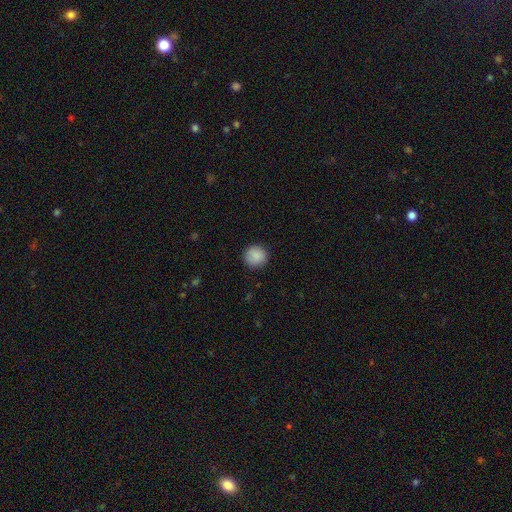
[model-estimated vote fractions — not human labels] A smooth galaxy with no disk features (88%) that is round (94%).

Vote fractions:
- Smooth or featured? smooth: 88% / star or artifact: 8% / featured or disk: 4%
- How rounded? round: 94% / in between: 6% / cigar-shaped: 1%
- Merging? none: 90% / minor disturbance: 7% / major disturbance: 2% / merger: 1%